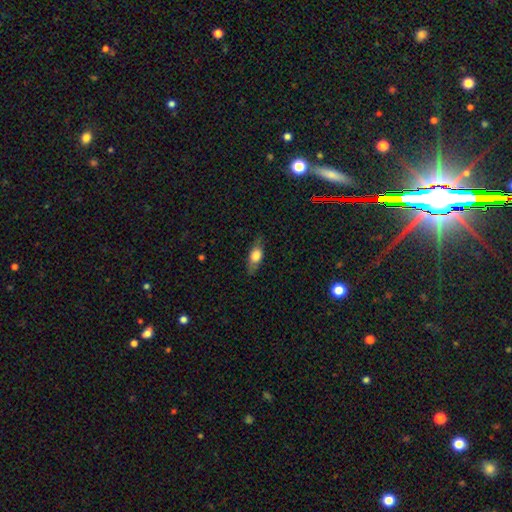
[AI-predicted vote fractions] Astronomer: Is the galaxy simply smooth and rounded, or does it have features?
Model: smooth — 63%.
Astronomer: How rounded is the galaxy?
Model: in between — 71%.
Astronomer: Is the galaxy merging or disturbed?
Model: none — 78%.